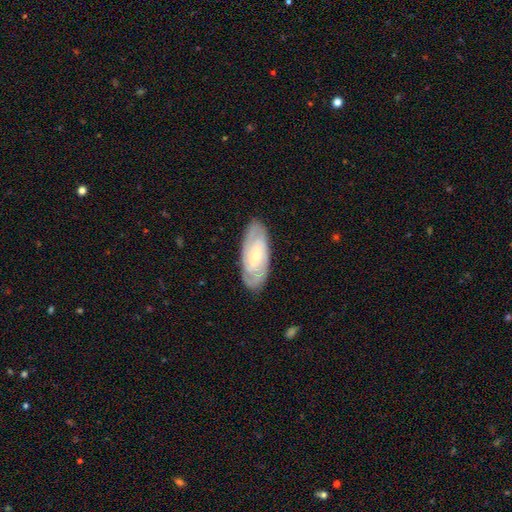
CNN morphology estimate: The model was most divided on "bar": no: 53%, weak: 34%, strong: 13%. Remaining: edge-on disk — no (92%); spiral arms — yes (92%); merging — none (84%); bulge size — small (76%); smooth or featured — featured or disk (76%); spiral winding — tight (64%); spiral arm count — 2 (49%).